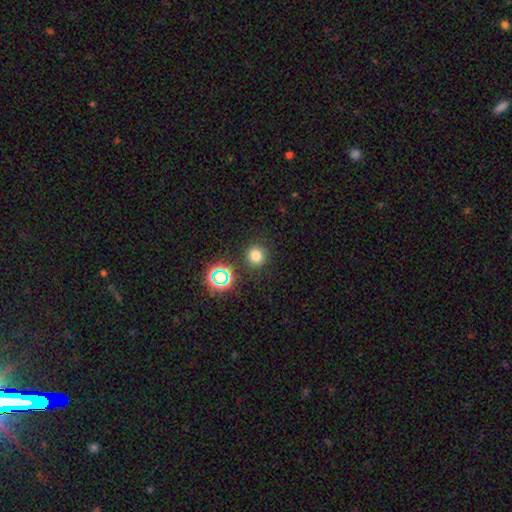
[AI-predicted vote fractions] Q: Smooth or featured?
A: smooth (74%); runner-up: star or artifact (20%)
Q: How rounded?
A: round (90%); runner-up: in between (9%)
Q: Merging?
A: none (88%); runner-up: minor disturbance (7%)